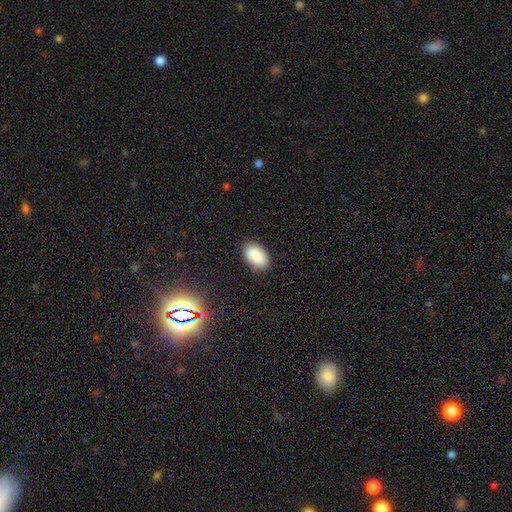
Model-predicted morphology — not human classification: A smooth galaxy with no disk features (88%) that is in between round and cigar-shaped (93%). Merging: none (83%).